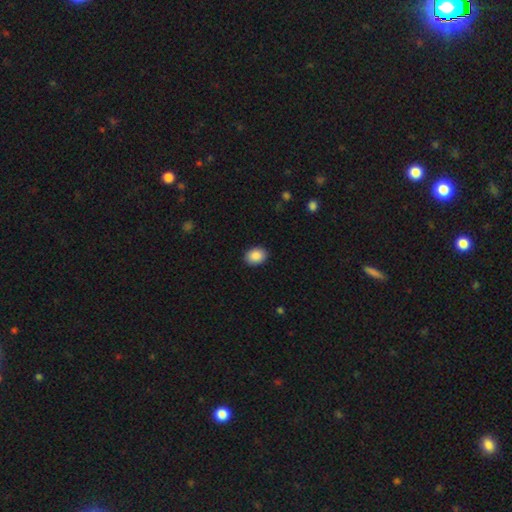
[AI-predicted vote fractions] This is clearly a smooth galaxy (89%). How rounded: likely in between (67%). Merging: clearly none (90%).